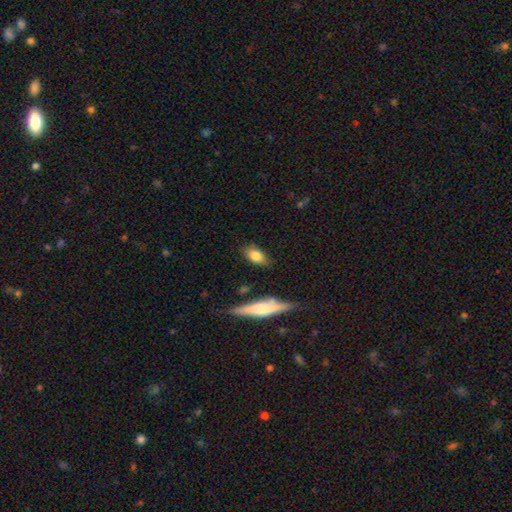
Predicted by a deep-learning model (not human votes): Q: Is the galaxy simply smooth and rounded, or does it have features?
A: smooth — 78%.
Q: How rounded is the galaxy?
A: in between — 82%.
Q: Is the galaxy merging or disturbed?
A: none — 76%.